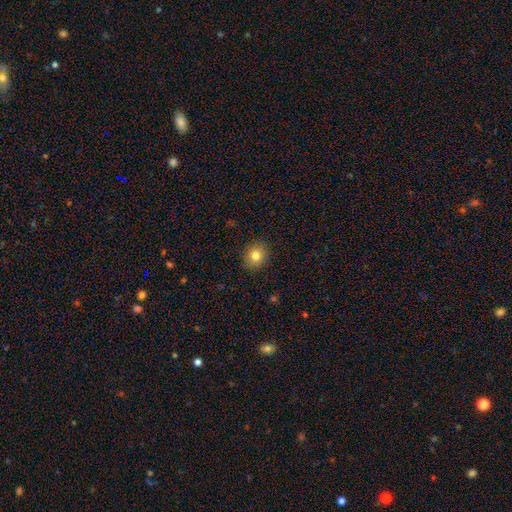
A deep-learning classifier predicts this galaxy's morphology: Smooth or featured? Predicted: smooth (p=0.81). How rounded? Predicted: round (p=0.77). Merging? Predicted: none (p=0.90).